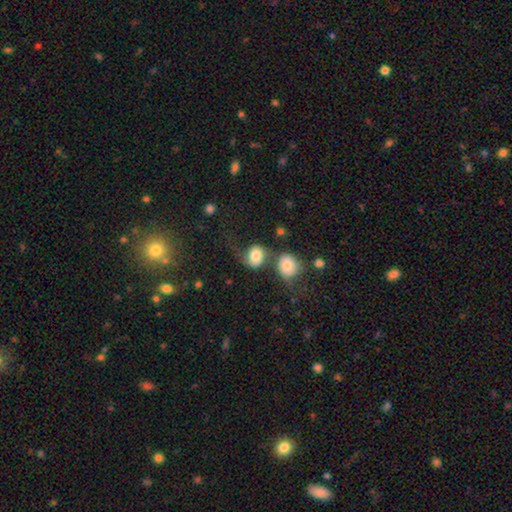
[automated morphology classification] Smooth or featured? Predicted: smooth (p=0.66). How rounded? Predicted: round (p=0.60). Merging? Predicted: none (p=0.29).